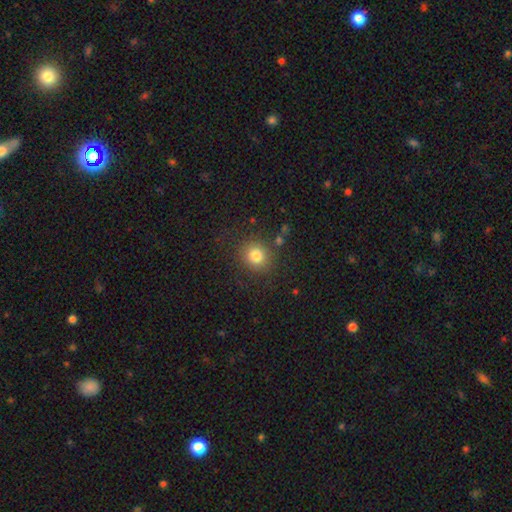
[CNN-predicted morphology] smooth_or_featured: smooth (p=0.81) [alt: star or artifact p=0.11]
how_rounded: round (p=0.81) [alt: in between p=0.18]
merging: none (p=0.82) [alt: minor disturbance p=0.11]